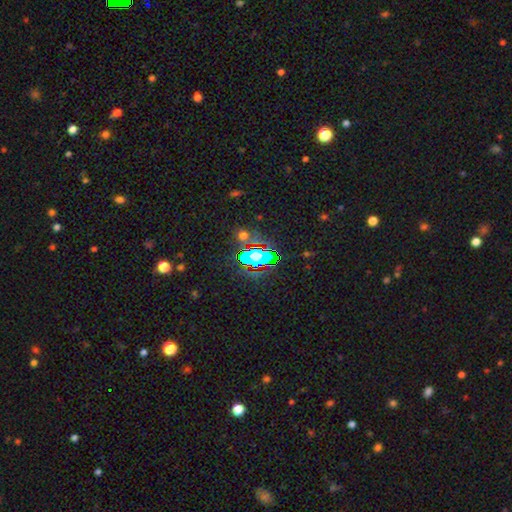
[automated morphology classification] A star or artifact, not a galaxy (60%).

Vote fractions:
- Smooth or featured? star or artifact: 60% / smooth: 25% / featured or disk: 14%